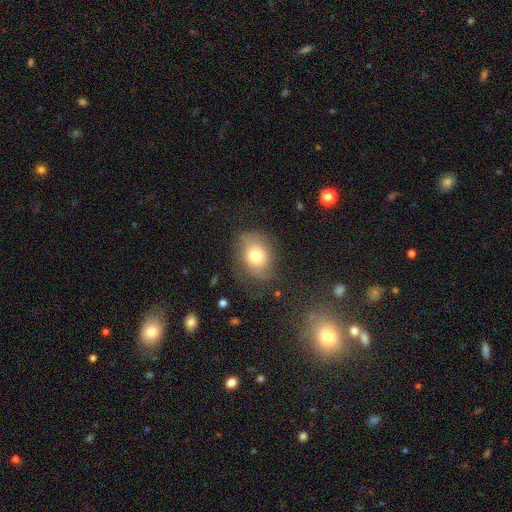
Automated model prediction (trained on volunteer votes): A smooth galaxy with no disk features (71%) that is in between round and cigar-shaped (56%). Merging: none (65%).